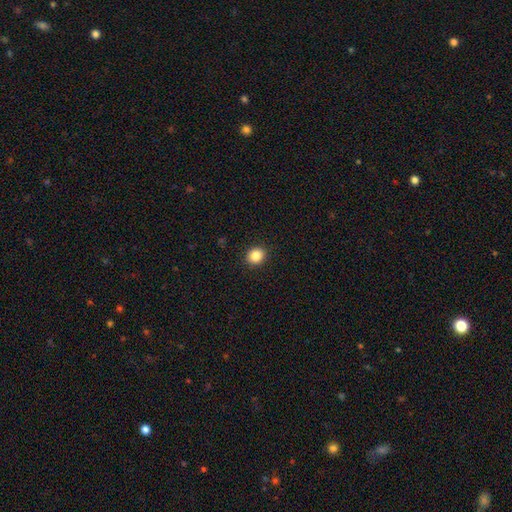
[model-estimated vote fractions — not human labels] Smooth or featured? smooth (85%)
How rounded? round (76%)
Merging? none (92%)